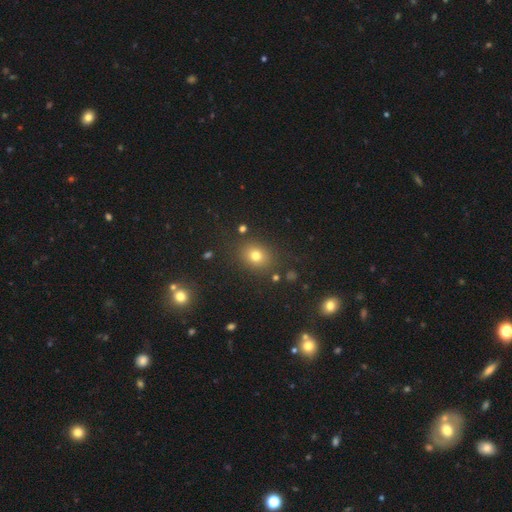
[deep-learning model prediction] smooth 74%, star or artifact 17%, featured or disk 9%. Down the decision tree: how rounded — round (63%); merging — none (84%).